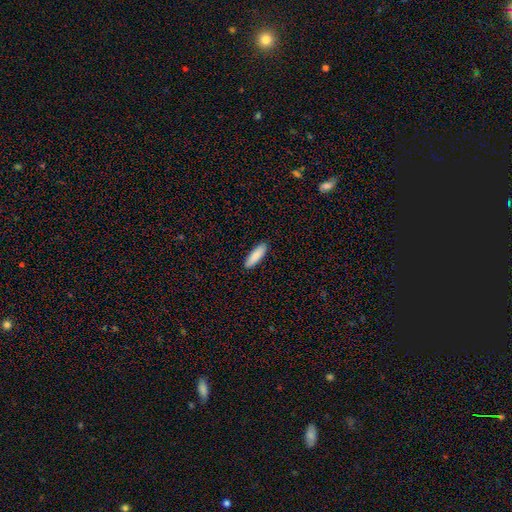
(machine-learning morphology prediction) smooth-or-featured: smooth: 88% | featured or disk: 7% | star or artifact: 5%
  how-rounded: cigar-shaped: 55% | in between: 43% | round: 1%
  merging: none: 90% | minor disturbance: 7% | major disturbance: 1% | merger: 1%